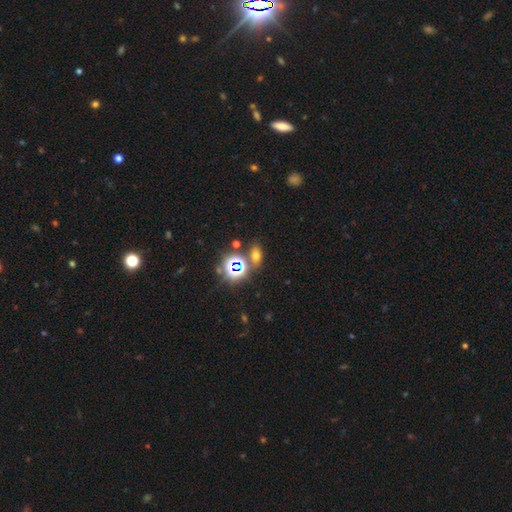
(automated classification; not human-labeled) Smooth or featured? Predicted: smooth (p=0.55). How rounded? Predicted: in between (p=0.73). Merging? Predicted: none (p=0.75).